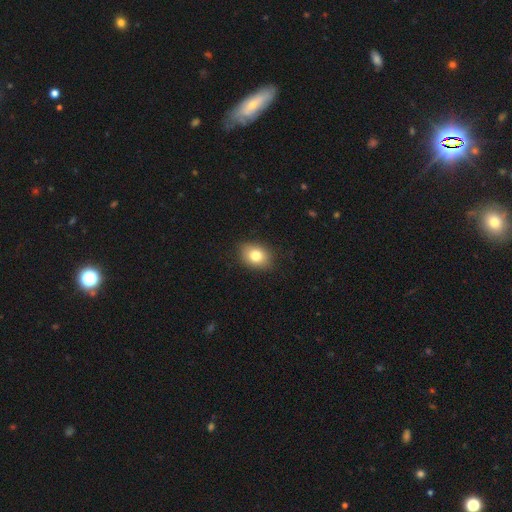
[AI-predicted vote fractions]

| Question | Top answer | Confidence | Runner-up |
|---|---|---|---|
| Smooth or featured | smooth | 80% | featured or disk (11%) |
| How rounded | in between | 66% | round (33%) |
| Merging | none | 86% | minor disturbance (10%) |